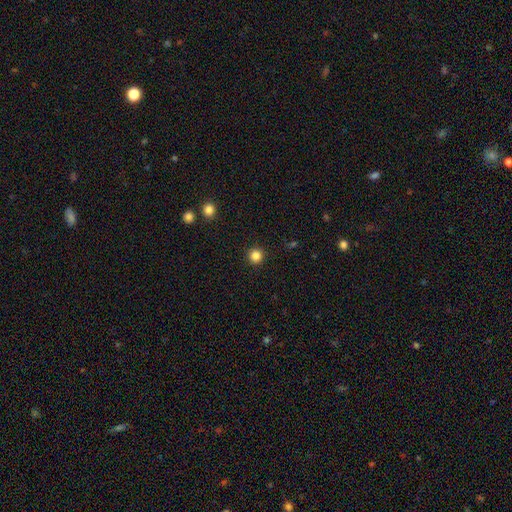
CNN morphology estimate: A smooth galaxy with no disk features (84%) that is round (95%).

Vote fractions:
- Smooth or featured? smooth: 84% / star or artifact: 12% / featured or disk: 4%
- How rounded? round: 95% / in between: 4% / cigar-shaped: 1%
- Merging? none: 93% / minor disturbance: 5% / major disturbance: 2% / merger: 1%